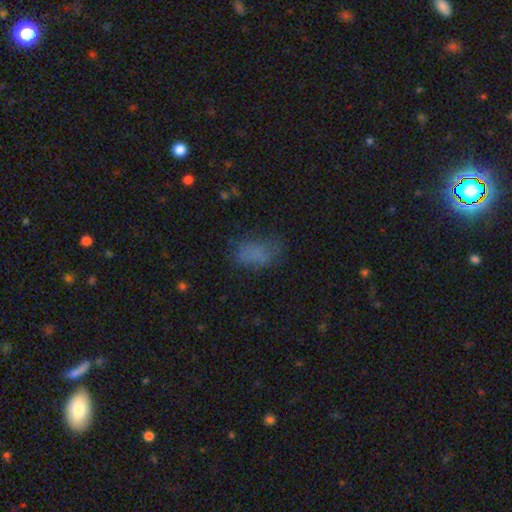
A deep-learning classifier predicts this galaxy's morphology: Smooth or featured?
  - smooth: 72% *
  - star or artifact: 16%
  - featured or disk: 12%
How rounded?
  - in between: 88% *
  - round: 8%
  - cigar-shaped: 3%
Merging?
  - none: 55% *
  - minor disturbance: 25%
  - major disturbance: 18%
  - merger: 2%